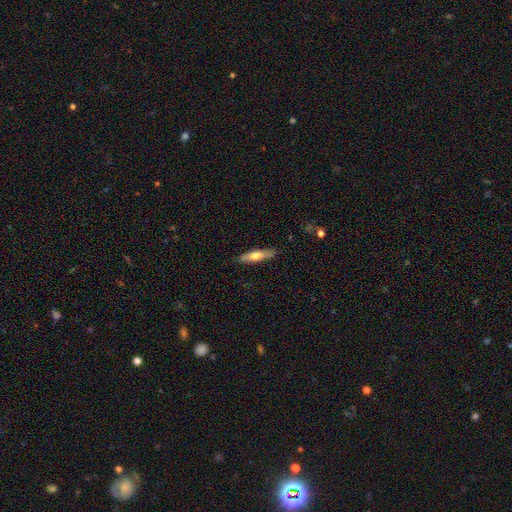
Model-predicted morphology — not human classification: A smooth galaxy with no disk features (60%) that is cigar-shaped (73%).

Vote fractions:
- Smooth or featured? smooth: 60% / featured or disk: 34% / star or artifact: 6%
- How rounded? cigar-shaped: 73% / in between: 25% / round: 2%
- Merging? none: 86% / minor disturbance: 11% / major disturbance: 2% / merger: 1%